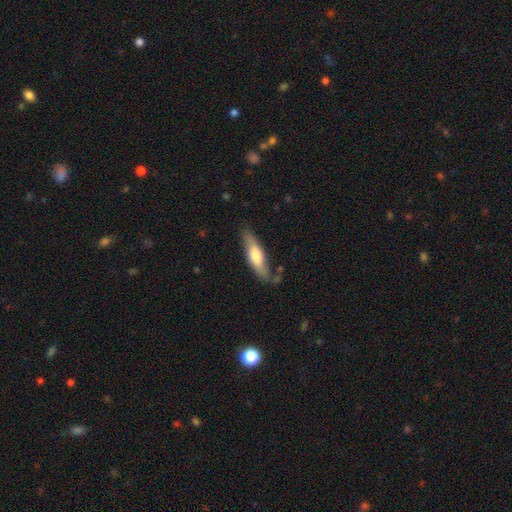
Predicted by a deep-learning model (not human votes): Smooth or featured? Predicted: smooth (p=0.61). How rounded? Predicted: cigar-shaped (p=0.63). Merging? Predicted: none (p=0.76).